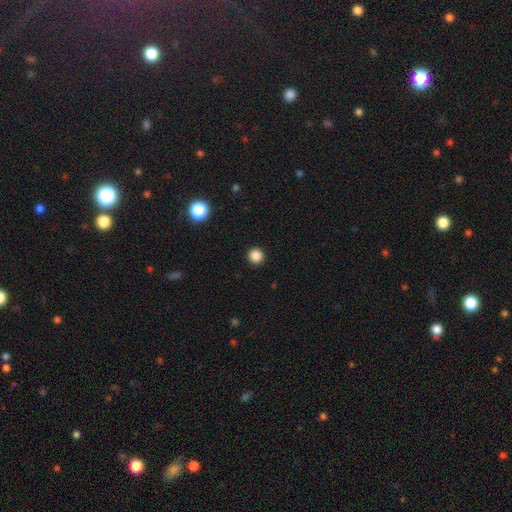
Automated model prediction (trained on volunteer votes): Smooth or featured: smooth — 86% (star or artifact — 11%)
How rounded: round — 96% (in between — 3%)
Merging: none — 93% (minor disturbance — 4%)